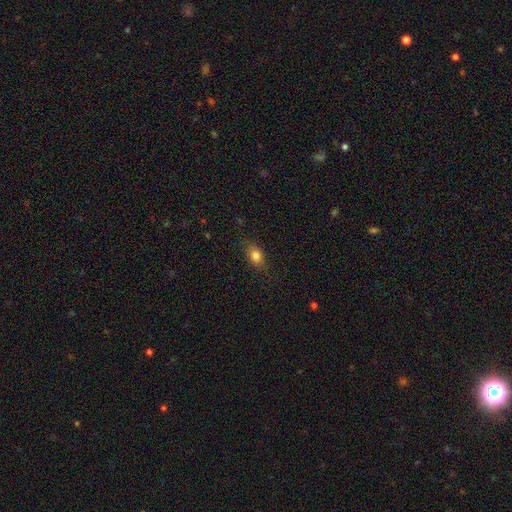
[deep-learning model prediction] A smooth galaxy with no disk features (80%) that is in between round and cigar-shaped (74%).

Vote fractions:
- Smooth or featured? smooth: 80% / featured or disk: 10% / star or artifact: 10%
- How rounded? in between: 74% / round: 21% / cigar-shaped: 5%
- Merging? none: 80% / minor disturbance: 15% / major disturbance: 4% / merger: 1%